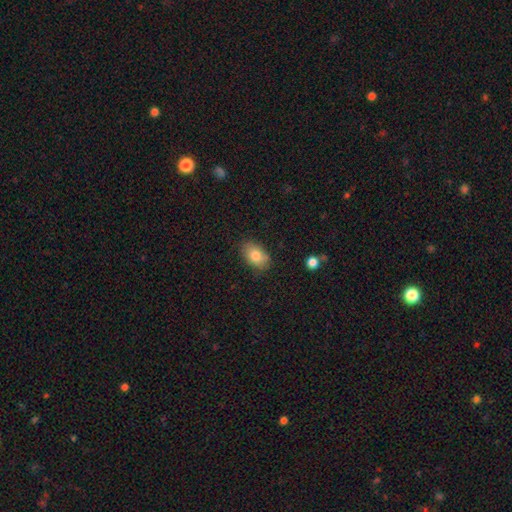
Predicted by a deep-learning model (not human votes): Smooth or featured? Predicted: smooth (p=0.81). How rounded? Predicted: in between (p=0.87). Merging? Predicted: none (p=0.83).